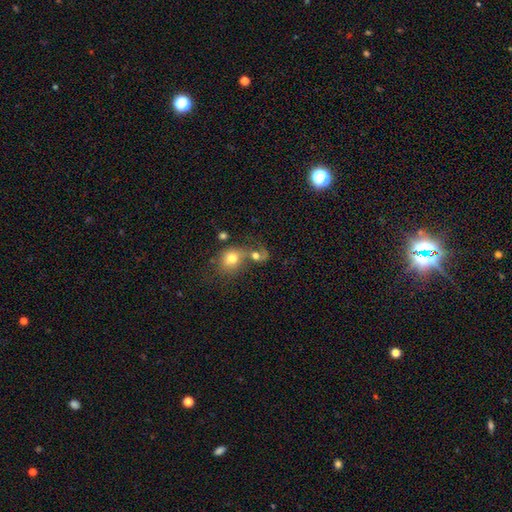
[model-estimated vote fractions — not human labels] Morphology: type=smooth (65%); roundness=round (61%); merging=merger (64%).